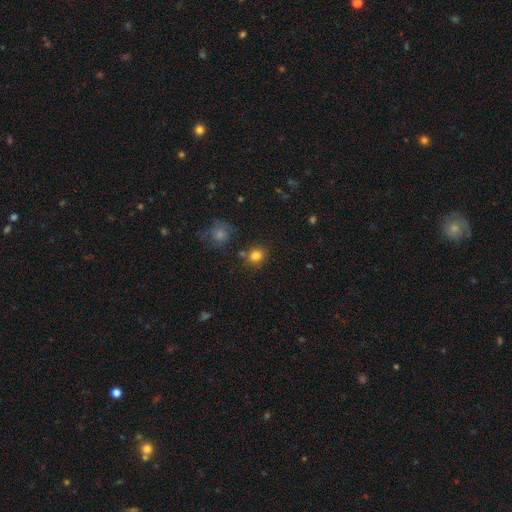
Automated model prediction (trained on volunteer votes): This appears to be a smooth galaxy with no disk features (82%) that is round (80%). Merging: none (78%).